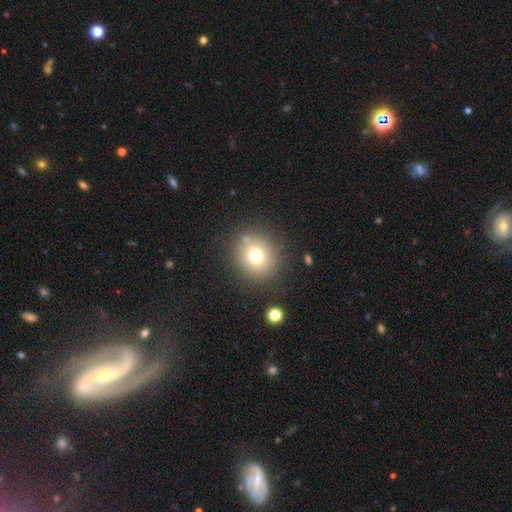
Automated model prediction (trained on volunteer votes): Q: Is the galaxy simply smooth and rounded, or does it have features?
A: smooth — 73%.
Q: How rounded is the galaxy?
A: round — 84%.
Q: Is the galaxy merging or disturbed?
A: none — 82%.